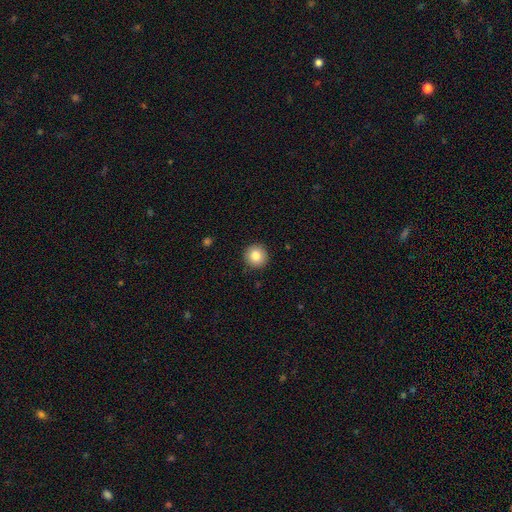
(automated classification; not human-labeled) Q: Smooth or featured?
A: smooth (82%); runner-up: star or artifact (9%)
Q: How rounded?
A: round (95%); runner-up: in between (4%)
Q: Merging?
A: none (92%); runner-up: minor disturbance (5%)